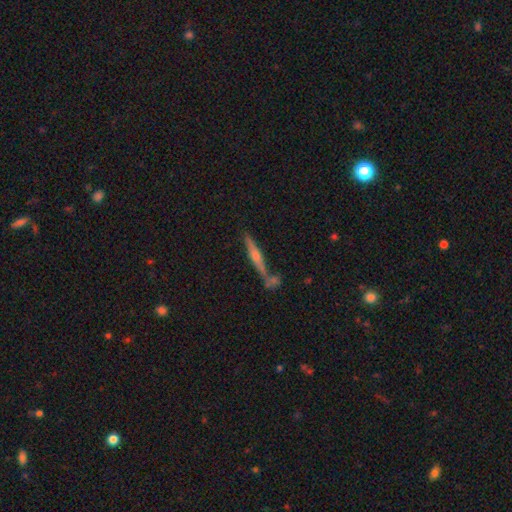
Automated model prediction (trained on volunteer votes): This is likely a featured or disk galaxy (60%). It is clearly viewed edge-on (94%). Edge-on bulge: likely rounded (73%). Merging: likely none (67%).